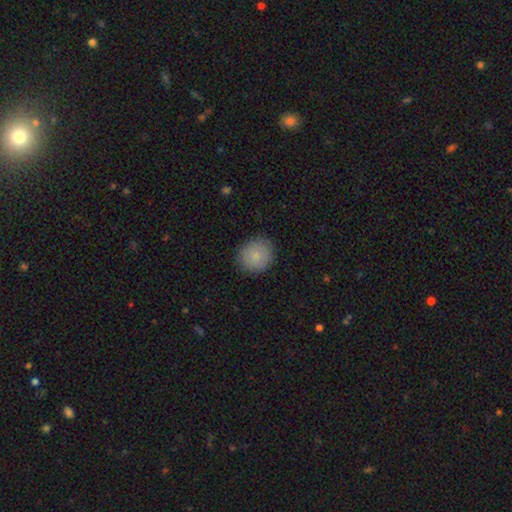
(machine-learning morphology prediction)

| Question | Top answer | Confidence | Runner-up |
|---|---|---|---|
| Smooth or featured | smooth | 85% | star or artifact (8%) |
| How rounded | round | 86% | in between (13%) |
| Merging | none | 88% | minor disturbance (9%) |